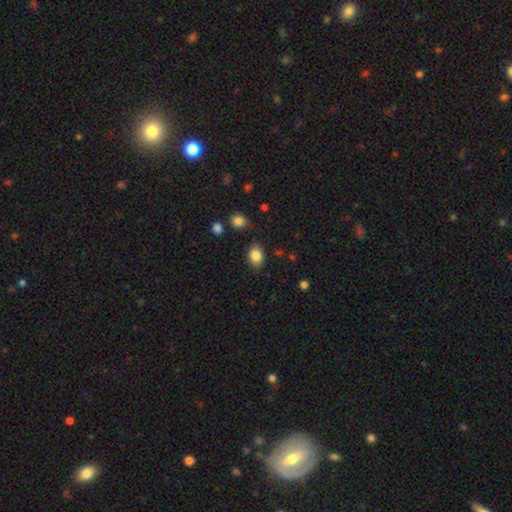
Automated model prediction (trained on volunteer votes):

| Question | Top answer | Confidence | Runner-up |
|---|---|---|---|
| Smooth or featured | smooth | 85% | star or artifact (9%) |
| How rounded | in between | 63% | round (36%) |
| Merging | none | 82% | minor disturbance (13%) |